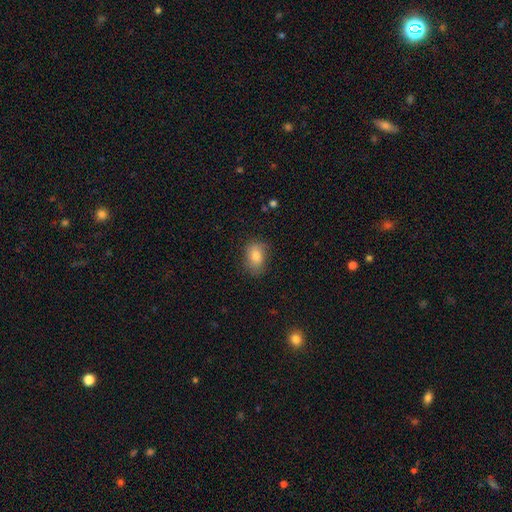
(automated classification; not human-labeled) The model was most divided on "merging": none: 72%, minor disturbance: 21%, major disturbance: 6%, merger: 1%. More confident: how rounded — in between (78%); smooth or featured — smooth (77%).